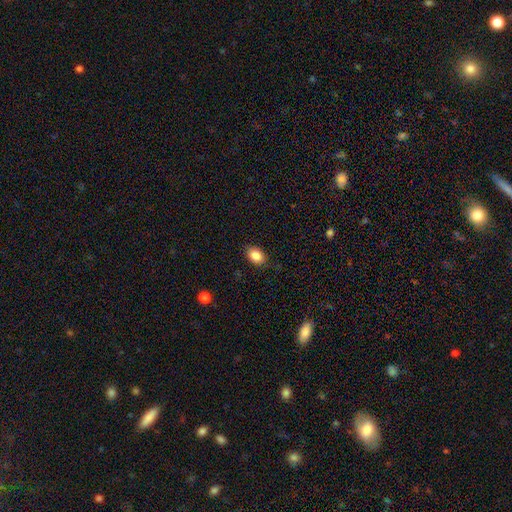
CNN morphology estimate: Smooth or featured? smooth (87%)
How rounded? in between (78%)
Merging? none (85%)